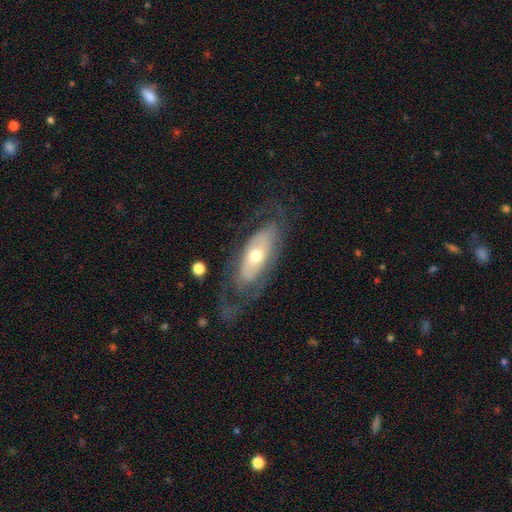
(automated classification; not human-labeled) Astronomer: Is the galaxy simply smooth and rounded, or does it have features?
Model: featured or disk — 67%.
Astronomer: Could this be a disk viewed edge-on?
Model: no — 83%.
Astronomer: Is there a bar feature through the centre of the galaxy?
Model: no — 79%.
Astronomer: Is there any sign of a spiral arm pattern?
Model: yes — 59% (runner-up: no, 41%).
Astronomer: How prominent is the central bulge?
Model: moderate — 66%.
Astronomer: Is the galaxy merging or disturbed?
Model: none — 60%.